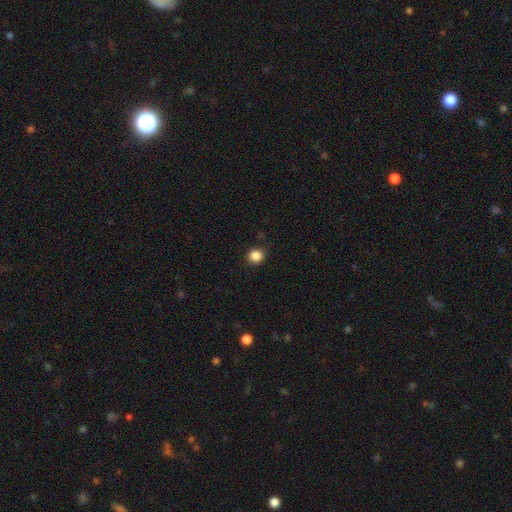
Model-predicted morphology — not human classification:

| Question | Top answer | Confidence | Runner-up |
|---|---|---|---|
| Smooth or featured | smooth | 86% | star or artifact (11%) |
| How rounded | round | 88% | in between (11%) |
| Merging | none | 89% | minor disturbance (7%) |